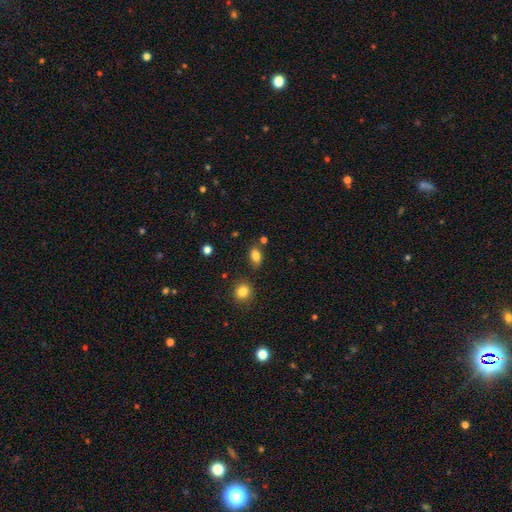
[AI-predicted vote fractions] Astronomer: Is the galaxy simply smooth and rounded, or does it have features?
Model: smooth — 83%.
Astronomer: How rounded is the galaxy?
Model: in between — 83%.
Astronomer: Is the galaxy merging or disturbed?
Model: none — 77%.